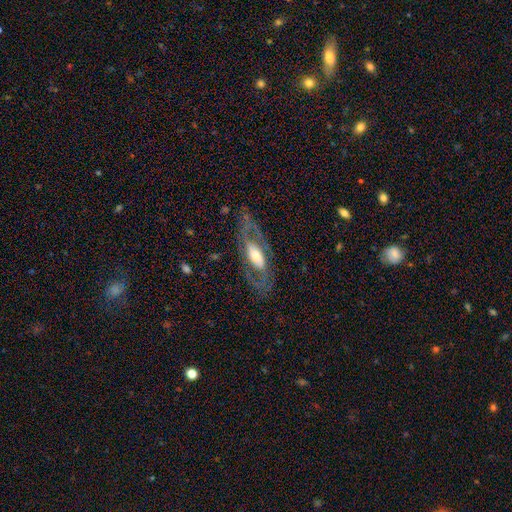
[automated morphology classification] type=featured or disk (73%); edge-on=no (85%); bar=no (49%); spiral arms=yes (64%); bulge=moderate (54%); merging=none (69%).